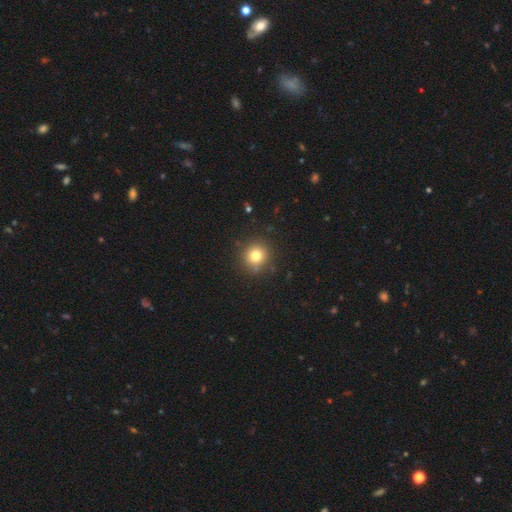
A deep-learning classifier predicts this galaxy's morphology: This appears to be a smooth galaxy with no disk features (79%) that is round (92%). Merging: none (88%).